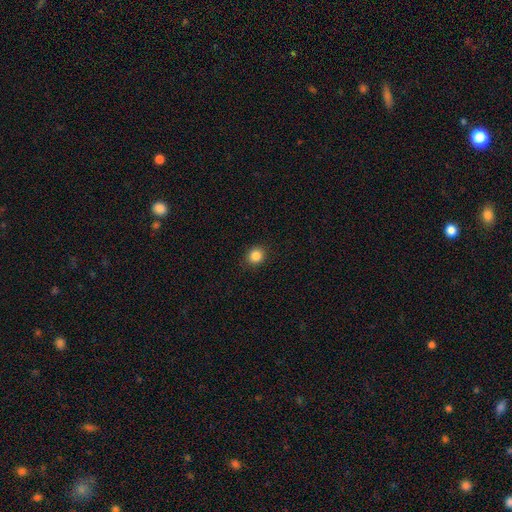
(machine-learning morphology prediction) Q: Smooth or featured?
A: smooth (86%); runner-up: star or artifact (11%)
Q: How rounded?
A: round (84%); runner-up: in between (15%)
Q: Merging?
A: none (90%); runner-up: minor disturbance (7%)